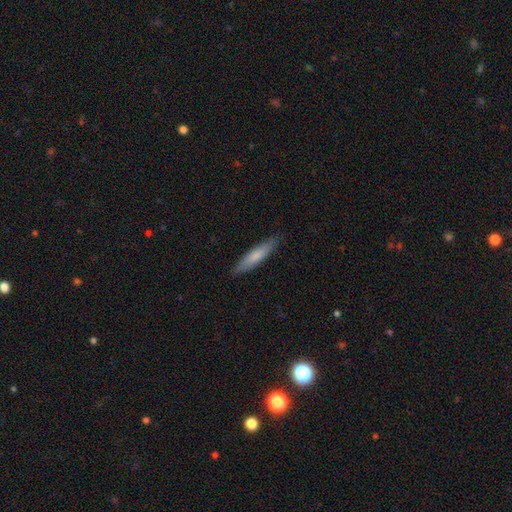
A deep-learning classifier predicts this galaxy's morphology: type=smooth (72%); roundness=cigar-shaped (87%); merging=none (88%).